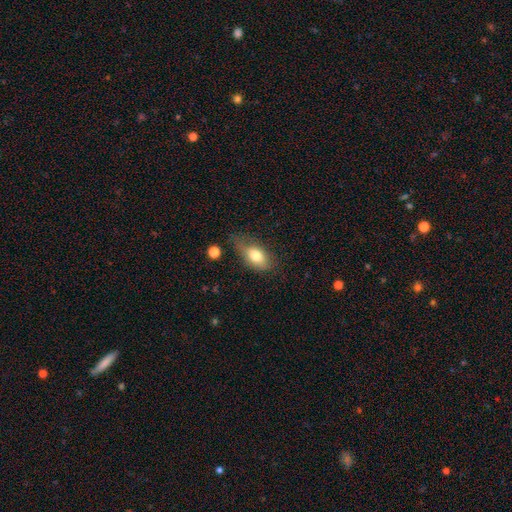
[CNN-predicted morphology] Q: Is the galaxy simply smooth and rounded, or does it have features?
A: smooth — 77%.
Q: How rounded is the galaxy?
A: in between — 86%.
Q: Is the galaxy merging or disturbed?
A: none — 48%.